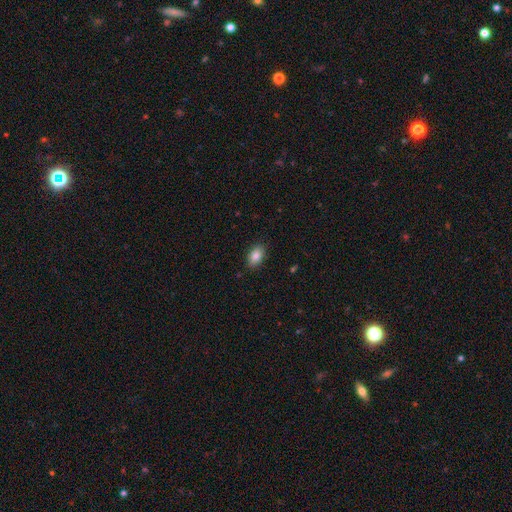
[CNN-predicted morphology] Smooth or featured? Predicted: smooth (p=0.83). How rounded? Predicted: in between (p=0.90). Merging? Predicted: none (p=0.87).